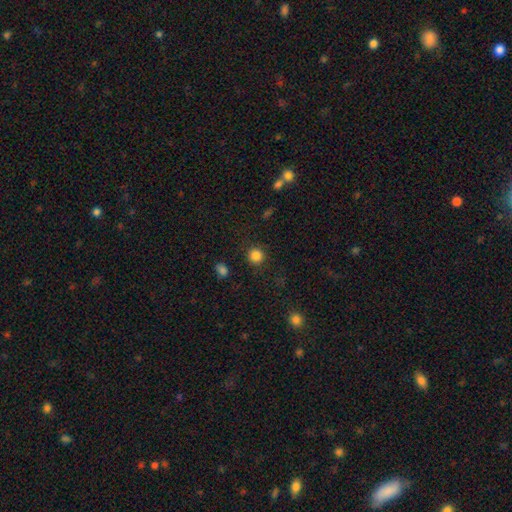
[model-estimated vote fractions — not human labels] Smooth or featured: smooth — 84% (star or artifact — 12%)
How rounded: round — 93% (in between — 6%)
Merging: none — 90% (minor disturbance — 6%)